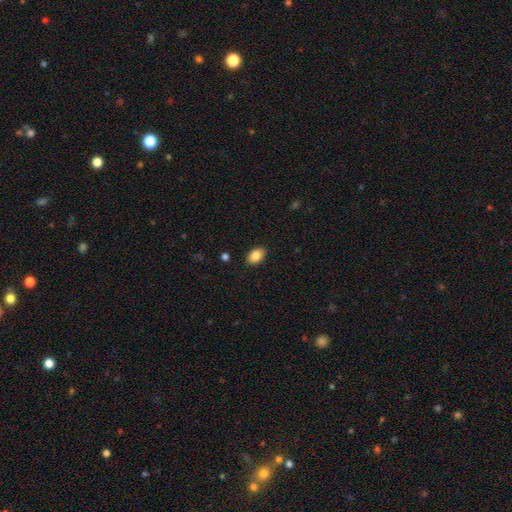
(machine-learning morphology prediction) Smooth or featured? smooth (86%)
How rounded? in between (88%)
Merging? none (88%)